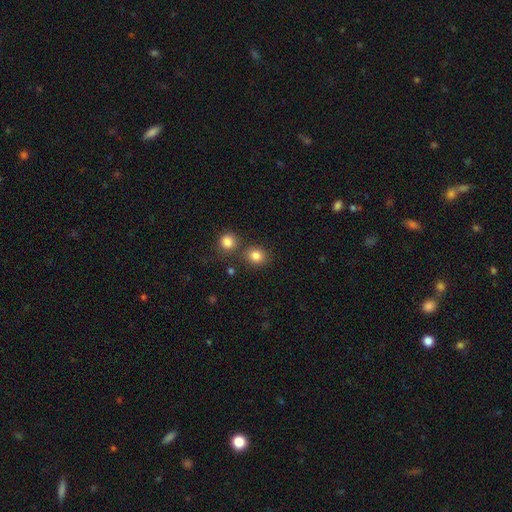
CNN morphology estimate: Overall: smooth (83%). How rounded: round (75%). Merging: none (74%).